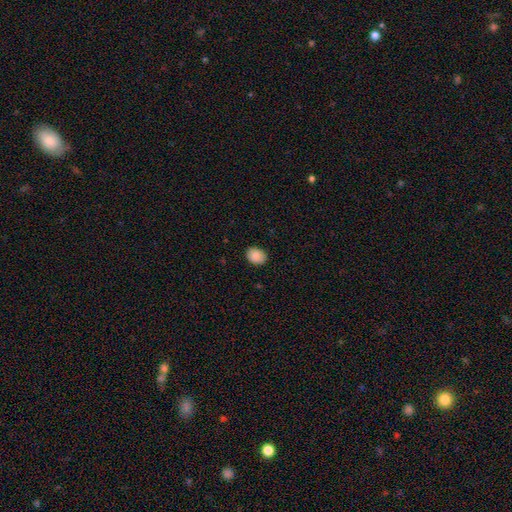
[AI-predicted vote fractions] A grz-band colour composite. It shows a smooth galaxy with no disk features (89%) that is in between round and cigar-shaped (61%). Merging: none (88%).